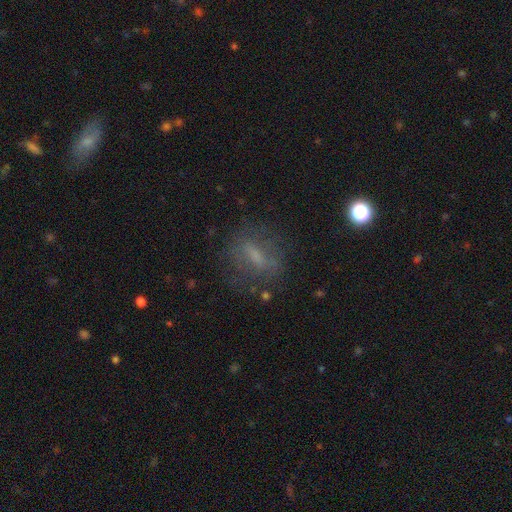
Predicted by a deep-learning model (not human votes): smooth-or-featured: smooth: 48% | featured or disk: 36% | star or artifact: 16%
  merging: none: 72% | minor disturbance: 16% | major disturbance: 11% | merger: 2%